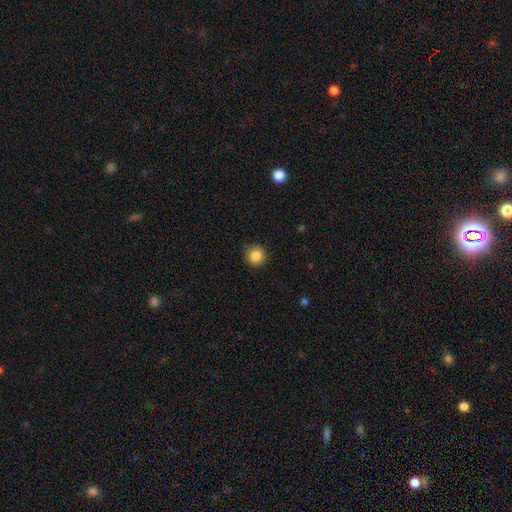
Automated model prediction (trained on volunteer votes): A smooth galaxy with no disk features (87%) that is round (94%). Merging: none (90%).